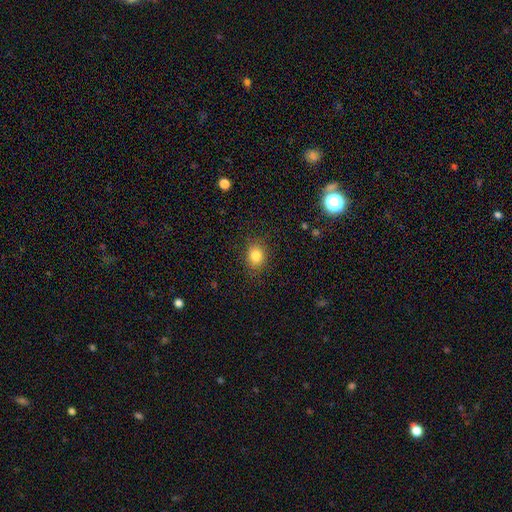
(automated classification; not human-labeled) Smooth or featured: smooth — 83% (star or artifact — 11%)
How rounded: round — 58% (in between — 41%)
Merging: none — 86% (minor disturbance — 10%)